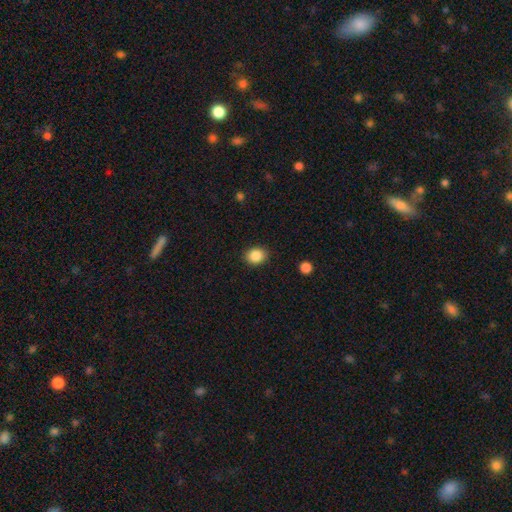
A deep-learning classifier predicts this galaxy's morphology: A smooth galaxy with no disk features (87%) that is round (57%).

Vote fractions:
- Smooth or featured? smooth: 87% / star or artifact: 9% / featured or disk: 4%
- How rounded? round: 57% / in between: 42% / cigar-shaped: 1%
- Merging? none: 88% / minor disturbance: 8% / major disturbance: 2% / merger: 1%